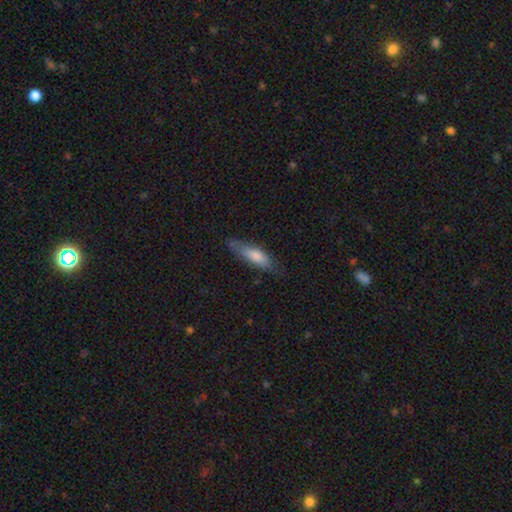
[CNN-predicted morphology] The model was most divided on "how rounded": cigar-shaped: 63%, in between: 35%, round: 2%. More confident: smooth or featured — smooth (70%); merging — none (70%).